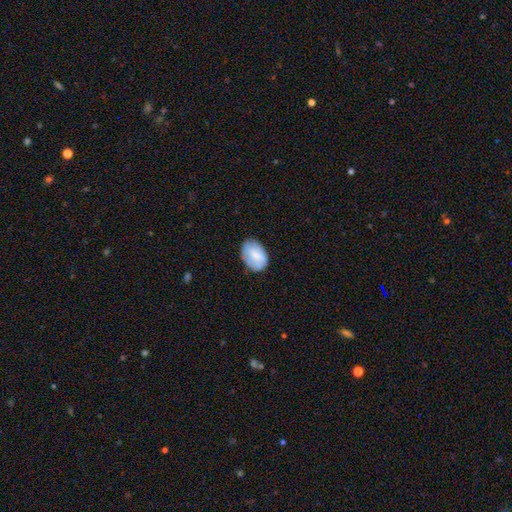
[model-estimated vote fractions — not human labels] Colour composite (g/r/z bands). It shows a smooth galaxy with no disk features (76%) that is in between round and cigar-shaped (82%). Merging: none (71%).